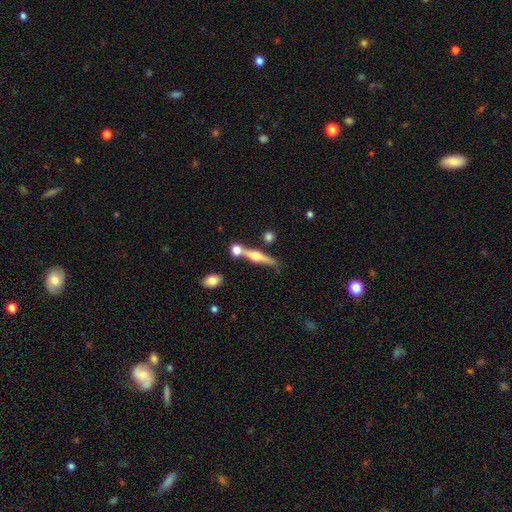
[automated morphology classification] A featured or disk galaxy (63%) viewed edge-on (95%) with a rounded central bulge (91%). Merging: none (67%).